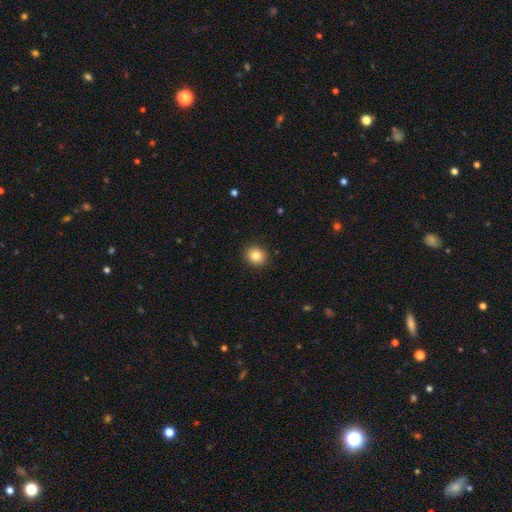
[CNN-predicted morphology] smooth_or_featured: smooth (p=0.83) [alt: star or artifact p=0.10]
how_rounded: round (p=0.85) [alt: in between p=0.14]
merging: none (p=0.91) [alt: minor disturbance p=0.06]